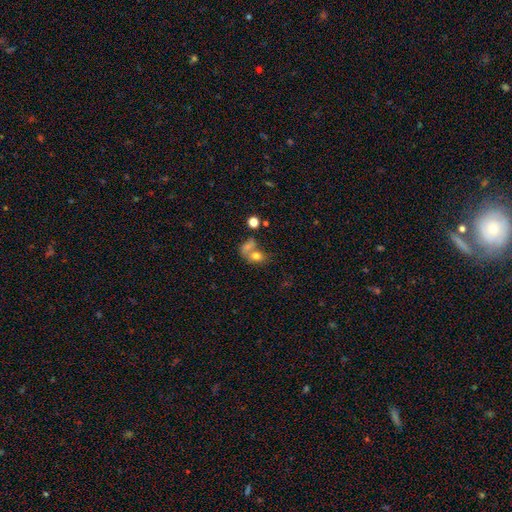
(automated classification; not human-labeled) The model was most divided on "how rounded": in between: 58%, round: 39%, cigar-shaped: 3%. More confident: smooth or featured — smooth (61%); merging — merger (57%).